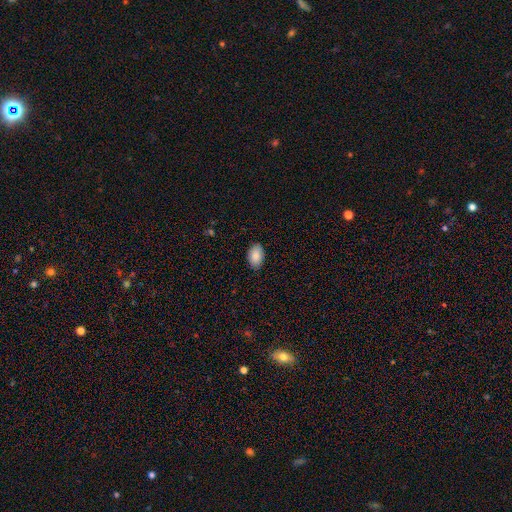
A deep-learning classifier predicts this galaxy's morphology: Smooth or featured: smooth — 88% (star or artifact — 7%)
How rounded: in between — 90% (round — 8%)
Merging: none — 82% (minor disturbance — 14%)